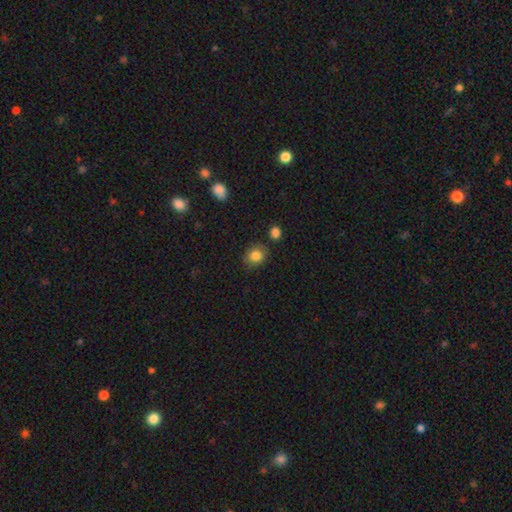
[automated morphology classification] The model was most divided on "how rounded": round: 61%, in between: 38%, cigar-shaped: 1%. More confident: smooth or featured — smooth (84%); merging — none (79%).